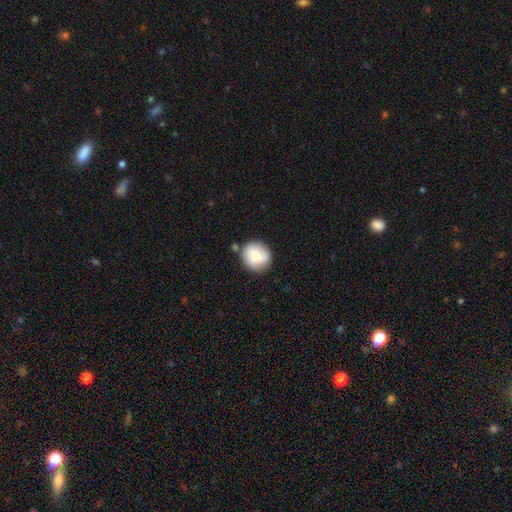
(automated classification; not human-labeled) Overall: smooth (76%). How rounded: round (90%). Merging: none (78%).